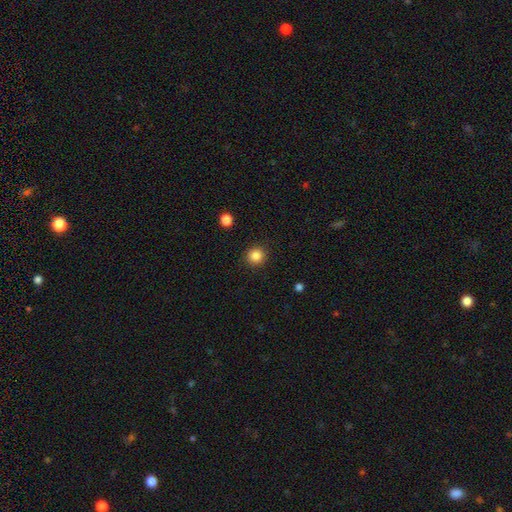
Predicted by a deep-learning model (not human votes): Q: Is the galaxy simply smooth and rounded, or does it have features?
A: smooth — 85%.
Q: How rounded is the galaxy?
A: round — 92%.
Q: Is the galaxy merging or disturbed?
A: none — 91%.